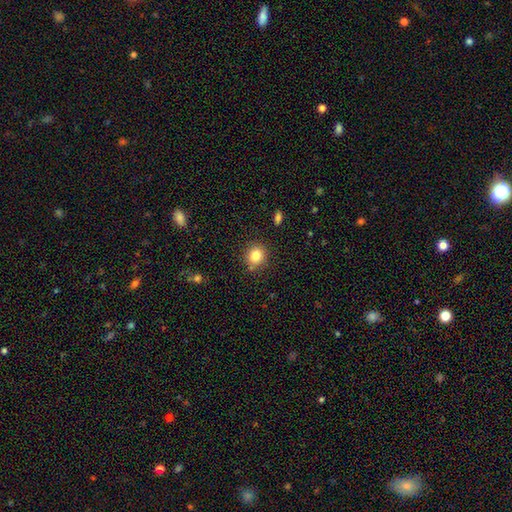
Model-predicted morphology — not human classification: Smooth or featured? smooth (83%)
How rounded? round (81%)
Merging? none (85%)